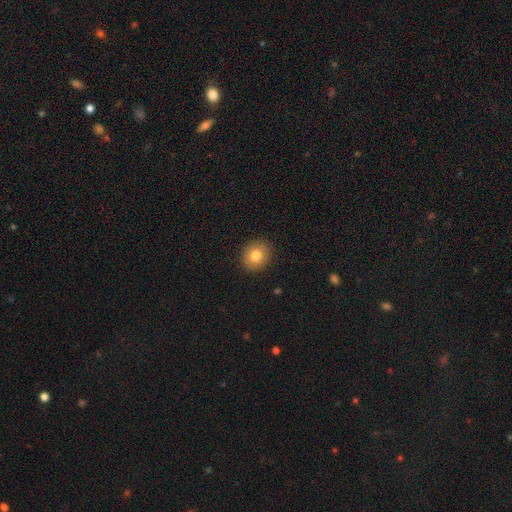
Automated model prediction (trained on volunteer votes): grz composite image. It shows a smooth galaxy with no disk features (79%) that is round (77%). Merging: none (91%).